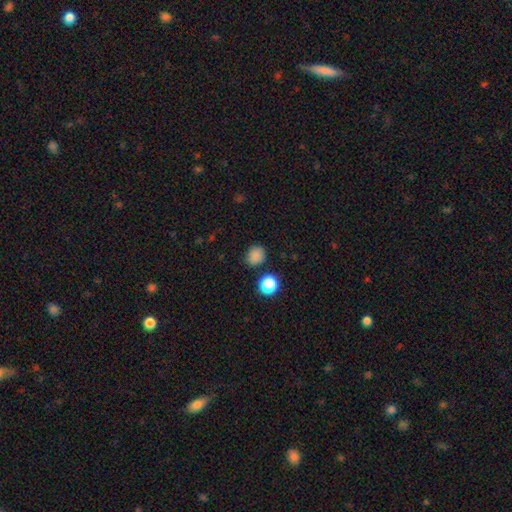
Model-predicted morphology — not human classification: Smooth or featured? smooth (83%)
How rounded? round (75%)
Merging? none (81%)